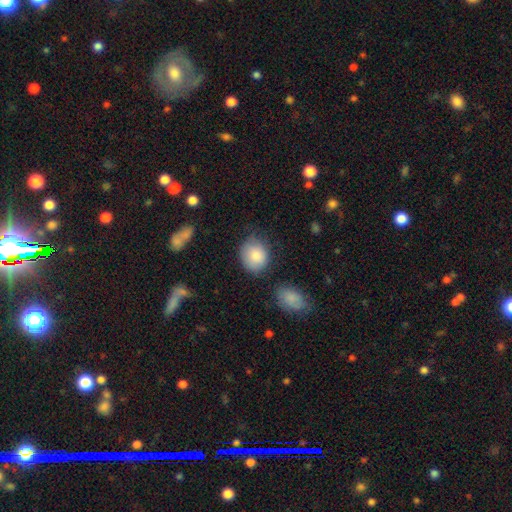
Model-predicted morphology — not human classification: smooth 84%, featured or disk 9%, star or artifact 7%. Down the decision tree: how rounded — round (68%); merging — none (68%).